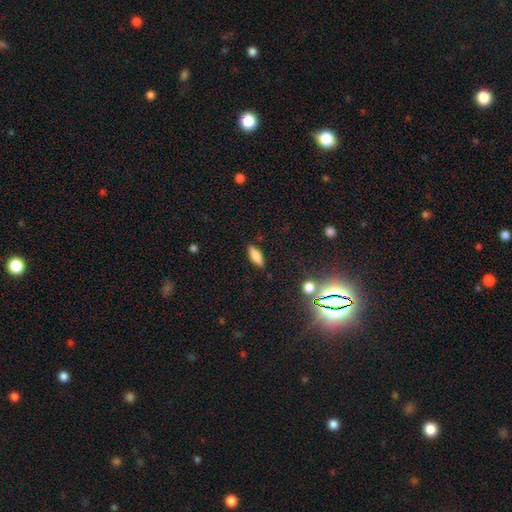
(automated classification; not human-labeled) Smooth or featured? smooth (76%)
How rounded? in between (58%)
Merging? none (87%)